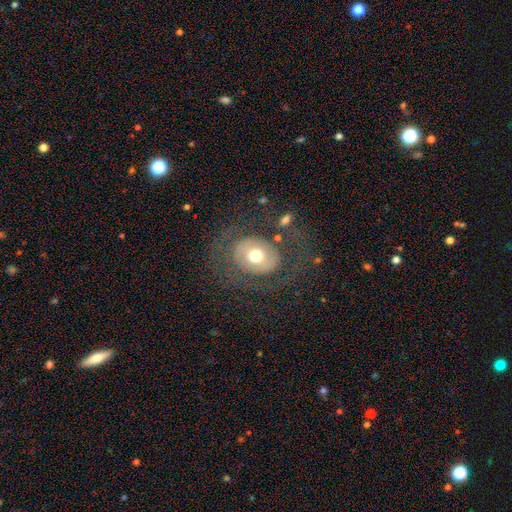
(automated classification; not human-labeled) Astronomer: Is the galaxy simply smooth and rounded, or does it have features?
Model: featured or disk — 47% (runner-up: smooth, 45%).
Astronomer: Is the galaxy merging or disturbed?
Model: none — 70%.